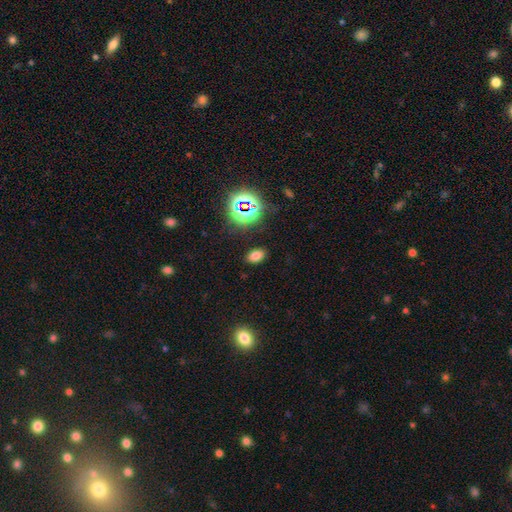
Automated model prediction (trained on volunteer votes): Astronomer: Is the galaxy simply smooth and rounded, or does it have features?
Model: smooth — 71%.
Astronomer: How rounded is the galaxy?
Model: in between — 85%.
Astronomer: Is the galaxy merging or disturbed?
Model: none — 86%.